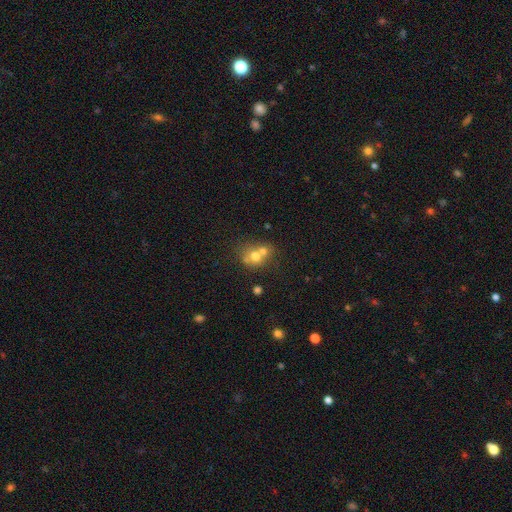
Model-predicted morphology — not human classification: smooth 64%, featured or disk 21%, star or artifact 15%. Down the decision tree: how rounded — round (73%); merging — merger (57%).